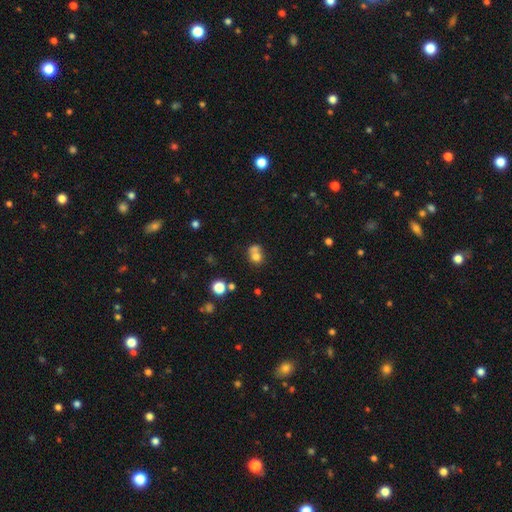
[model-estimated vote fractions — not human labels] Smooth or featured? smooth (71%)
How rounded? round (68%)
Merging? merger (57%)